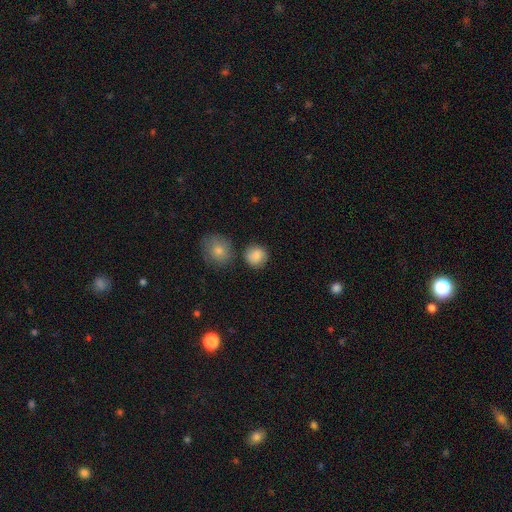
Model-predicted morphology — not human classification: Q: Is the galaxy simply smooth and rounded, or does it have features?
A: smooth — 86%.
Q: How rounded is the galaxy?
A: round — 89%.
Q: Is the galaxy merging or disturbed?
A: none — 77%.